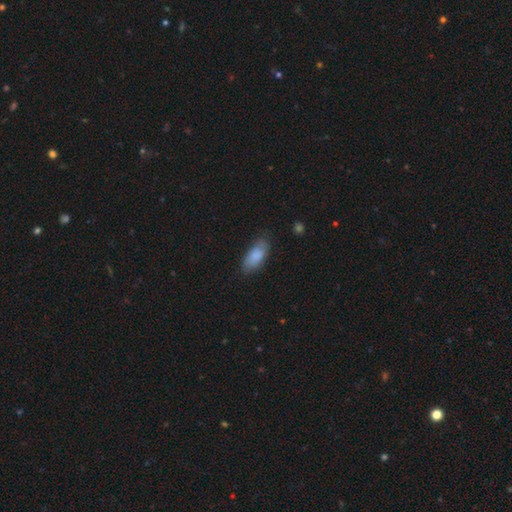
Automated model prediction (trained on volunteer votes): Smooth or featured: smooth — 83% (featured or disk — 10%)
How rounded: in between — 87% (cigar-shaped — 11%)
Merging: none — 72% (minor disturbance — 22%)